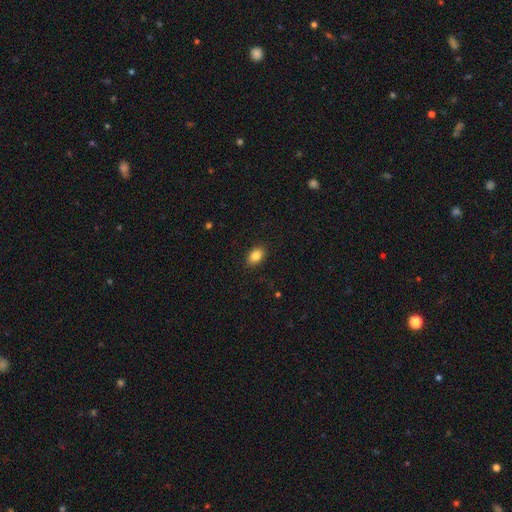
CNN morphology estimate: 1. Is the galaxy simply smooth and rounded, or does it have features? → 84% smooth, 9% star or artifact, 7% featured or disk.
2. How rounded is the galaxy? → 84% in between, 15% round, 1% cigar-shaped.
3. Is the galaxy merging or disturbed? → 89% none, 8% minor disturbance, 2% major disturbance, 1% merger.